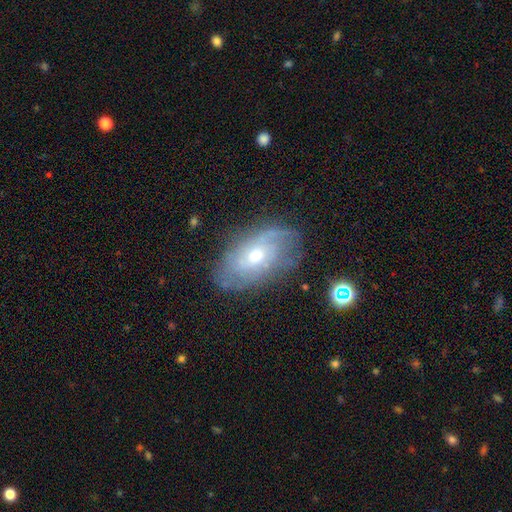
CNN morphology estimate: type=featured or disk (70%); edge-on=no (92%); bar=no (70%); spiral arms=yes (83%); winding=tight (48%); arm count=can't tell (47%); bulge=moderate (57%); merging=none (71%).